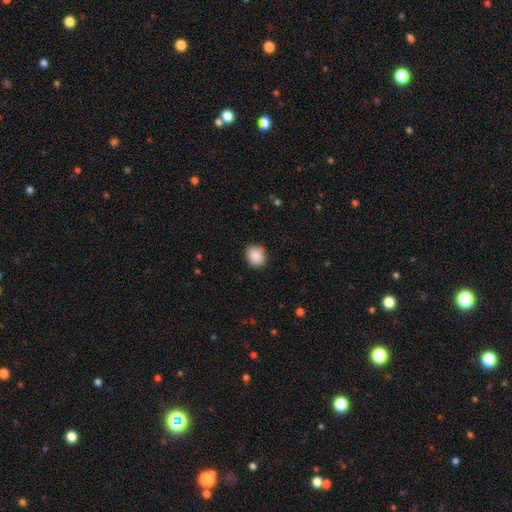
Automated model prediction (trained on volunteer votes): Q: Smooth or featured?
A: smooth (89%); runner-up: star or artifact (8%)
Q: How rounded?
A: round (75%); runner-up: in between (24%)
Q: Merging?
A: none (86%); runner-up: minor disturbance (11%)